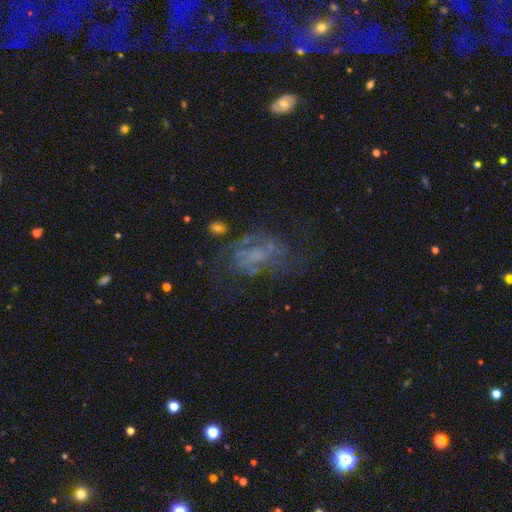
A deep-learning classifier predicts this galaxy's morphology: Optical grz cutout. It shows a featured or disk galaxy (55%) with no bar (73%), no spiral arms (62%) and no central bulge (61%). Merging: none (43%).